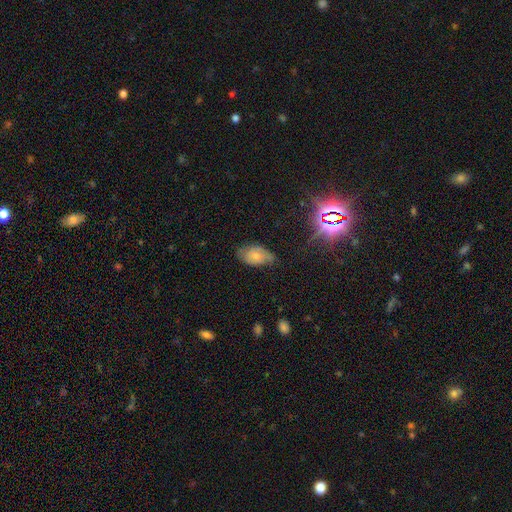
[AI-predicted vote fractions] smooth-or-featured: smooth: 51% | featured or disk: 37% | star or artifact: 12%
  how-rounded: in between: 89% | round: 9% | cigar-shaped: 2%
  merging: none: 51% | minor disturbance: 36% | major disturbance: 11% | merger: 2%